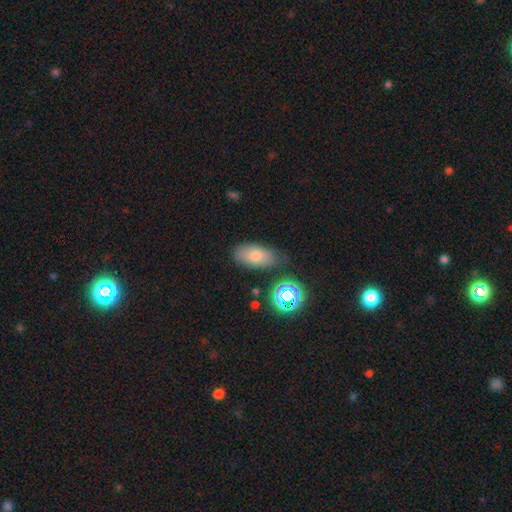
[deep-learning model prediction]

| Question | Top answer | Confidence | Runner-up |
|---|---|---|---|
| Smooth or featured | smooth | 71% | featured or disk (15%) |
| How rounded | in between | 88% | round (7%) |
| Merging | none | 73% | minor disturbance (18%) |